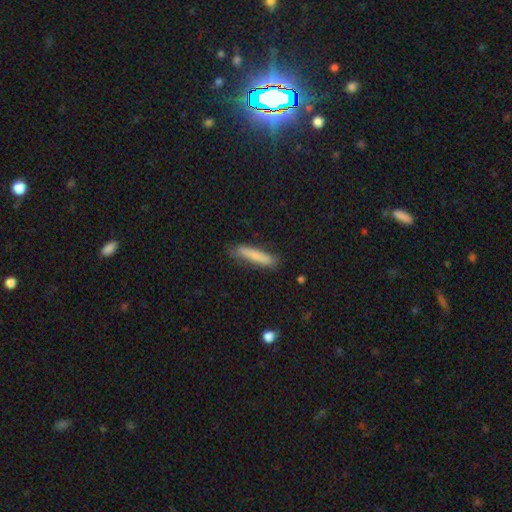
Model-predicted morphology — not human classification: Overall: smooth (80%). How rounded: cigar-shaped (88%). Merging: none (77%).